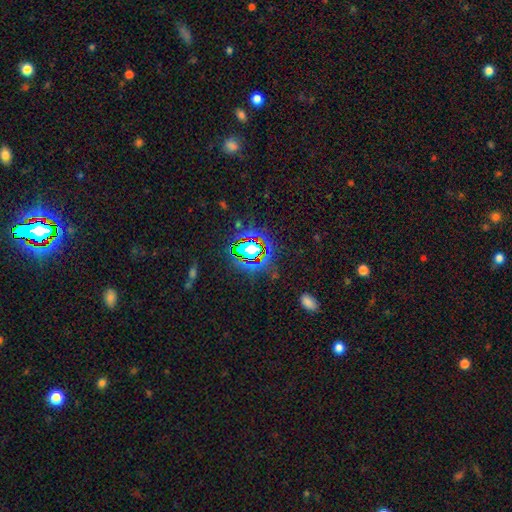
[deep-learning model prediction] Morphology: type=star or artifact (75%).